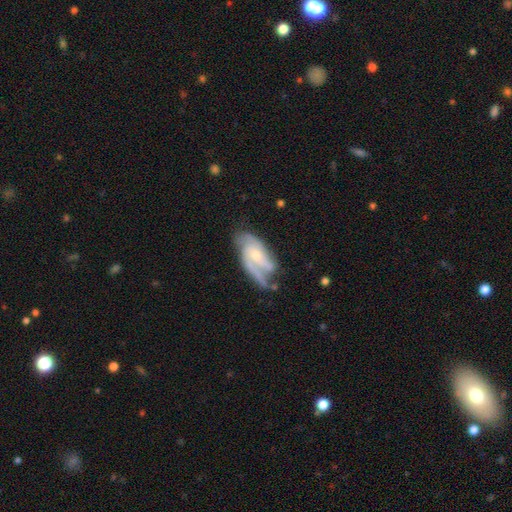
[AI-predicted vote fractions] Smooth or featured: featured or disk — 82% (smooth — 12%)
Edge-on disk: no — 95% (yes — 5%)
Bar: no — 54% (weak — 36%)
Spiral arms: yes — 95% (no — 5%)
Spiral winding: medium — 46% (tight — 33%)
Spiral arm count: 2 — 42% (3 — 28%)
Bulge size: small — 54% (moderate — 39%)
Merging: none — 51% (minor disturbance — 26%)